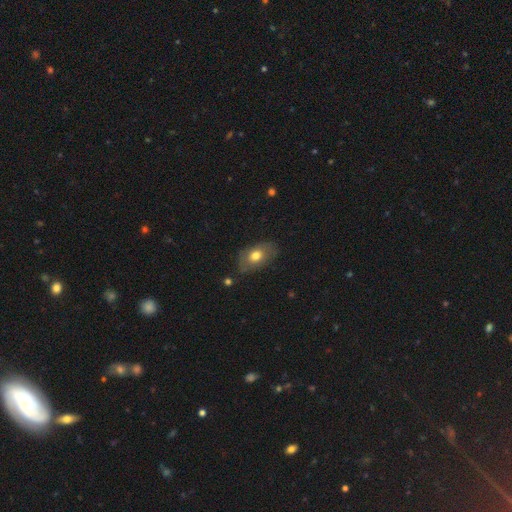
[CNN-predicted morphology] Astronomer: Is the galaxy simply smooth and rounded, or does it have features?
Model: smooth — 69%.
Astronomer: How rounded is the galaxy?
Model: in between — 85%.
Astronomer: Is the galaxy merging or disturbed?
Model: none — 71%.